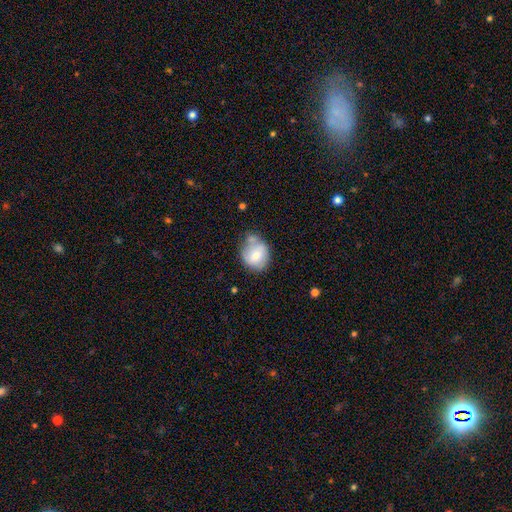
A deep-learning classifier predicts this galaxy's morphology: Smooth or featured?
  - smooth: 67% *
  - featured or disk: 25%
  - star or artifact: 8%
How rounded?
  - round: 64% *
  - in between: 36%
  - cigar-shaped: 1%
Merging?
  - none: 41% *
  - minor disturbance: 26%
  - merger: 24%
  - major disturbance: 9%